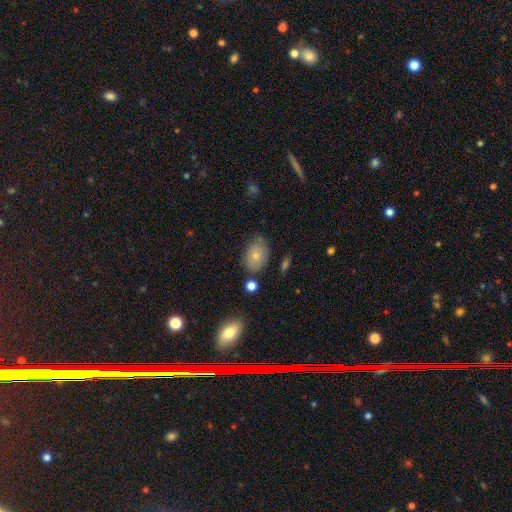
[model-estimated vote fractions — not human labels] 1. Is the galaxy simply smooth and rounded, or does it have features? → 77% smooth, 14% featured or disk, 8% star or artifact.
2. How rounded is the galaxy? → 82% in between, 17% round, 1% cigar-shaped.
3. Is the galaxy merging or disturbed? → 71% none, 20% minor disturbance, 5% major disturbance, 4% merger.